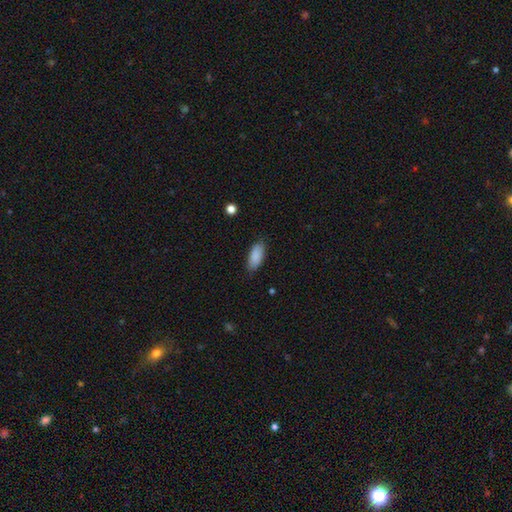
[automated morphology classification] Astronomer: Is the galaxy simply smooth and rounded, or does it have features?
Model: smooth — 89%.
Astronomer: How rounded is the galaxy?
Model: in between — 85%.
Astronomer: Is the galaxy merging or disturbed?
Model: none — 83%.